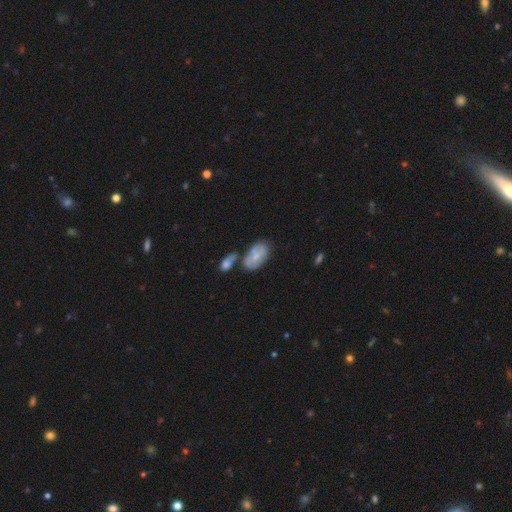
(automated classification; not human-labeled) smooth-or-featured: smooth: 59% | featured or disk: 34% | star or artifact: 7%
  how-rounded: in between: 93% | round: 5% | cigar-shaped: 2%
  merging: none: 43% | merger: 30% | minor disturbance: 19% | major disturbance: 8%